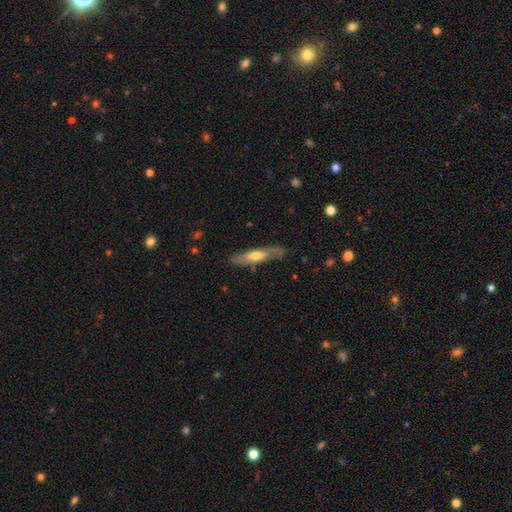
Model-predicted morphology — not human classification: Smooth or featured? Predicted: featured or disk (p=0.51). Edge-on disk? Predicted: yes (p=0.71). Merging? Predicted: none (p=0.79).